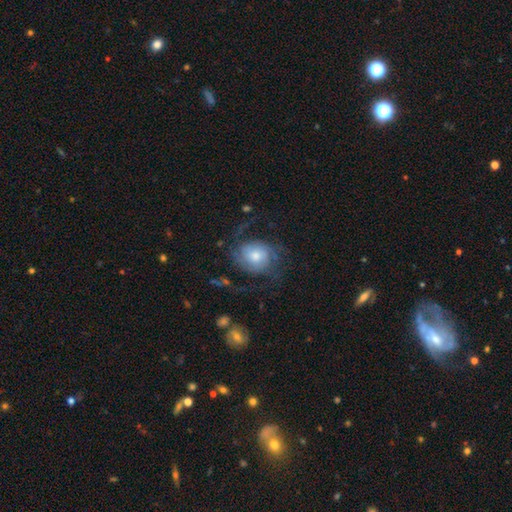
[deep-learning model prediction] Smooth or featured? featured or disk (76%)
Edge-on disk? no (98%)
Bar? no (71%)
Spiral arms? yes (93%)
Spiral winding? medium (41%)
Spiral arm count? 2 (41%)
Bulge size? moderate (57%)
Merging? none (61%)